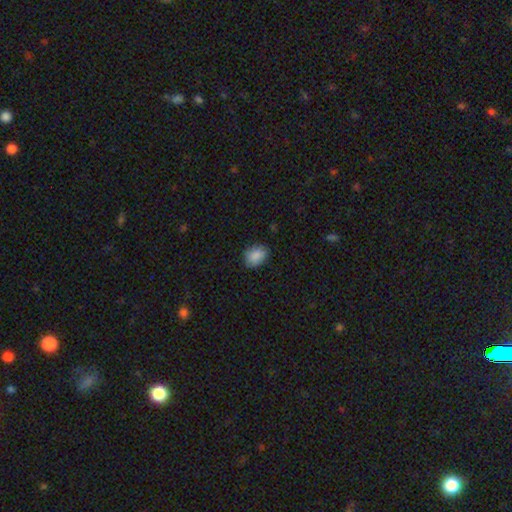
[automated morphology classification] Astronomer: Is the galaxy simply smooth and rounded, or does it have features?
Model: smooth — 88%.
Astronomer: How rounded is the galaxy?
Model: in between — 64%.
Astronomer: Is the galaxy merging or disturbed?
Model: none — 80%.